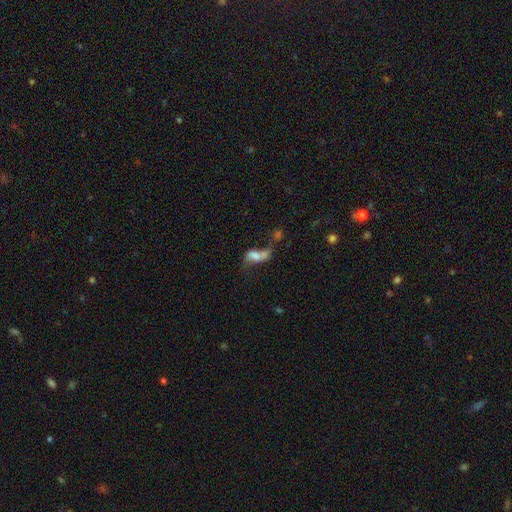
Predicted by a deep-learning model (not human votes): A featured or disk galaxy (51%).

Vote fractions:
- Smooth or featured? featured or disk: 51% / smooth: 36% / star or artifact: 13%
- Edge-on disk? no: 94% / yes: 6%
- Merging? merger: 43% / none: 24% / major disturbance: 20% / minor disturbance: 13%